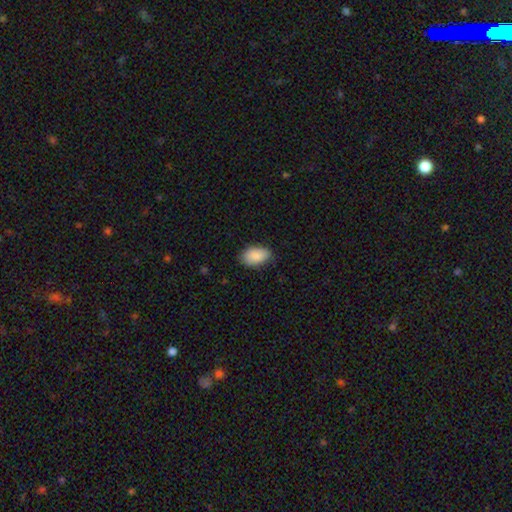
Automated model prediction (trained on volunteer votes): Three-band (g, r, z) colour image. It shows a smooth galaxy with no disk features (88%) that is in between round and cigar-shaped (93%). Merging: none (79%).